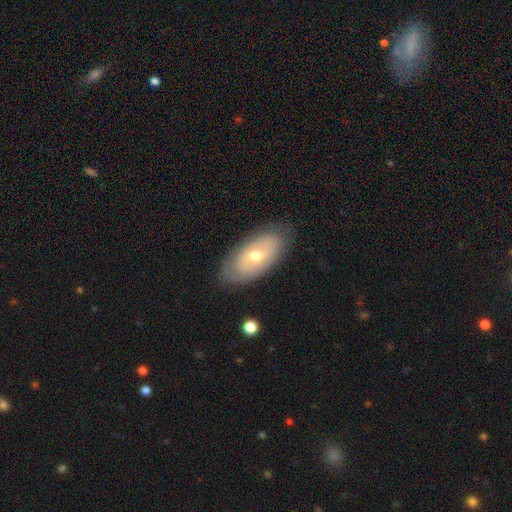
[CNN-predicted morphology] Overall: featured or disk (48%; smooth 46%). Merging: none (81%).